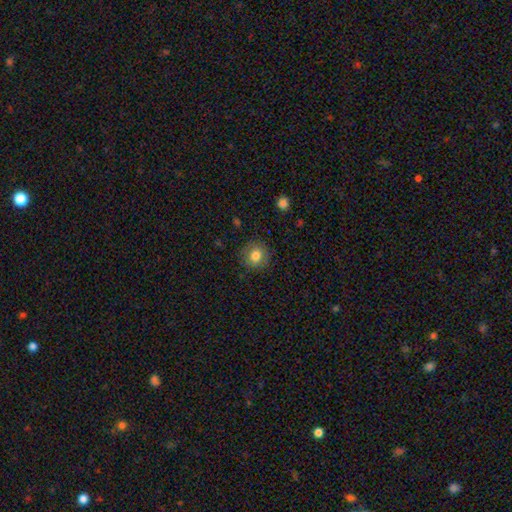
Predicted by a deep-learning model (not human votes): smooth-or-featured: smooth: 81% | star or artifact: 10% | featured or disk: 9%
  how-rounded: round: 88% | in between: 11% | cigar-shaped: 1%
  merging: none: 87% | minor disturbance: 9% | major disturbance: 3% | merger: 1%